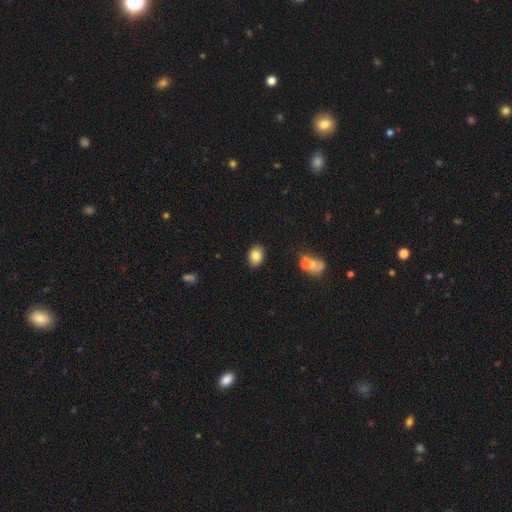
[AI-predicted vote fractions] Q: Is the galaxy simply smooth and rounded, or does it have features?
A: smooth — 83%.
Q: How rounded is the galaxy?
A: in between — 75%.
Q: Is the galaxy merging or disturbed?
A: none — 86%.